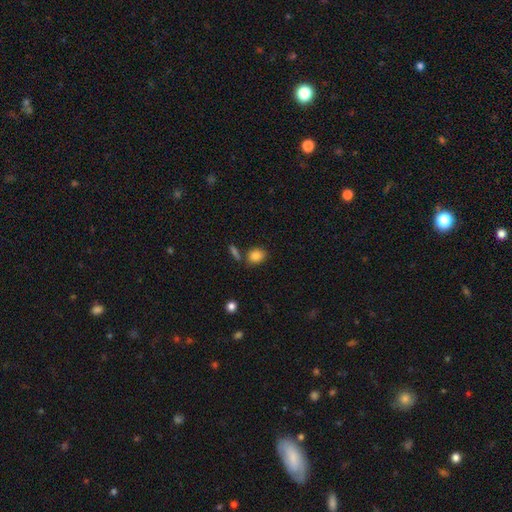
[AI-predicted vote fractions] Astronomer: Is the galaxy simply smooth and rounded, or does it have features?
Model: smooth — 85%.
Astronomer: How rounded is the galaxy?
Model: in between — 52% (runner-up: round, 46%).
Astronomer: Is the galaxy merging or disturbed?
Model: none — 71%.